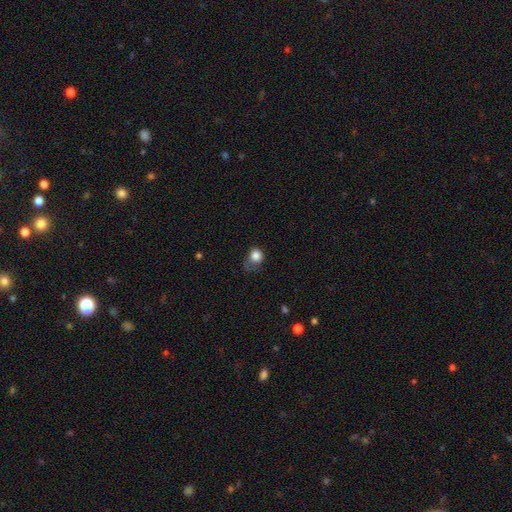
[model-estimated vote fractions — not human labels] The model was most divided on "merging" (2-way tie): minor disturbance: 34%, none: 34%, major disturbance: 30%, merger: 2%. More confident: smooth or featured — smooth (82%); how rounded — round (65%).